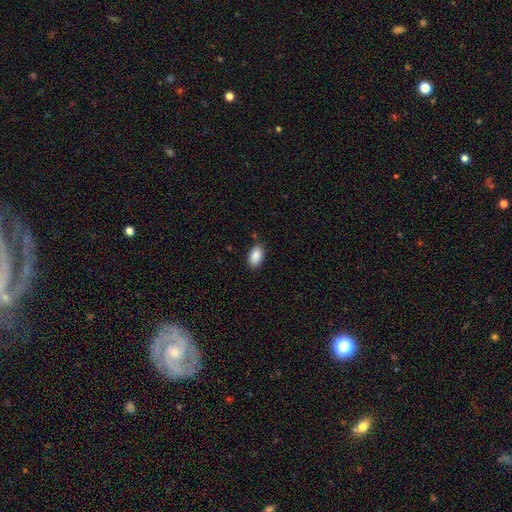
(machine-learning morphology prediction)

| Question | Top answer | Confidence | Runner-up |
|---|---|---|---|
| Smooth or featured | smooth | 89% | star or artifact (7%) |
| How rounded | in between | 94% | round (4%) |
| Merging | none | 85% | minor disturbance (11%) |